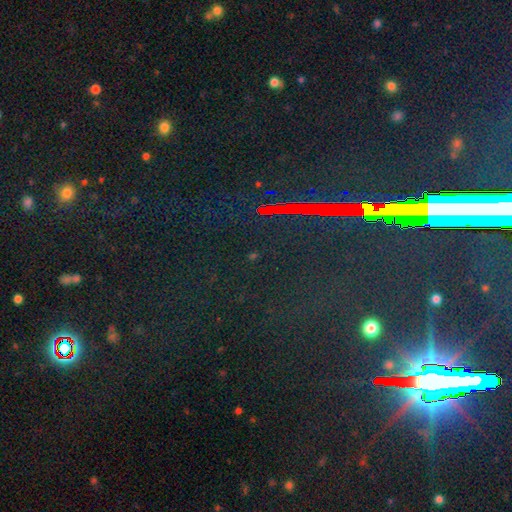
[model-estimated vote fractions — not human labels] A star or artifact, not a galaxy (82%).

Vote fractions:
- Smooth or featured? star or artifact: 82% / featured or disk: 9% / smooth: 9%